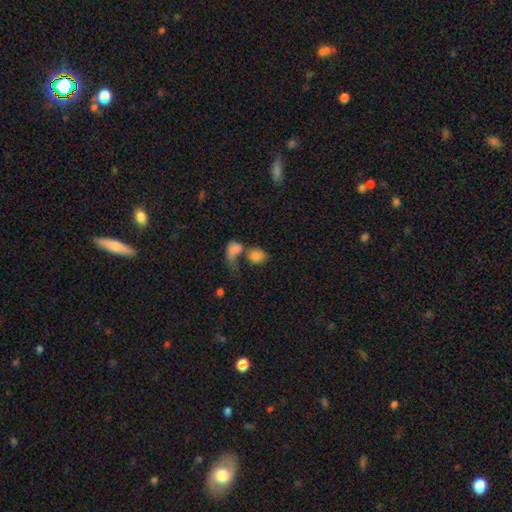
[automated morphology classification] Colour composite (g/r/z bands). It shows a smooth galaxy with no disk features (77%) that is in between round and cigar-shaped (52%). Merging: merger (56%).